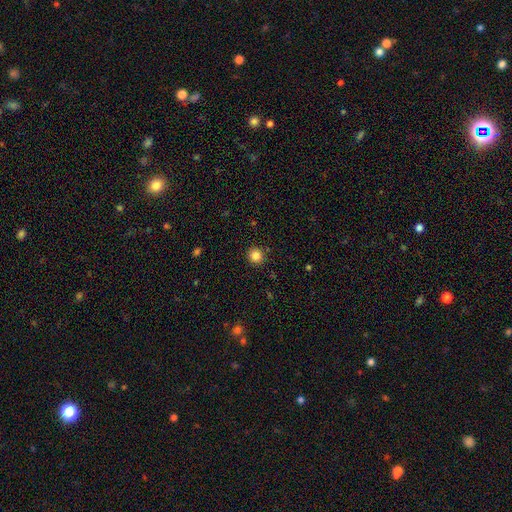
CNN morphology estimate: A smooth galaxy with no disk features (85%) that is round (93%).

Vote fractions:
- Smooth or featured? smooth: 85% / star or artifact: 11% / featured or disk: 4%
- How rounded? round: 93% / in between: 6% / cigar-shaped: 1%
- Merging? none: 92% / minor disturbance: 5% / major disturbance: 2% / merger: 1%